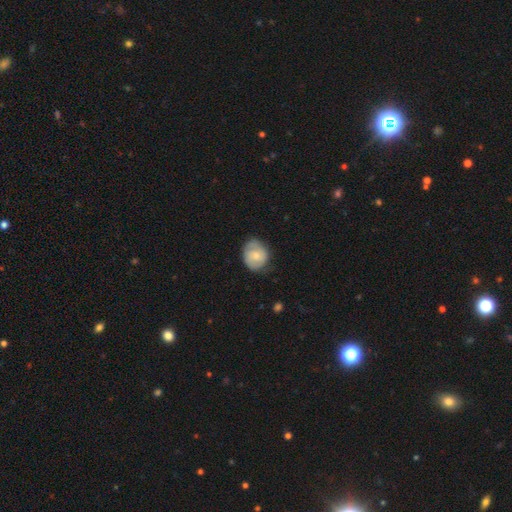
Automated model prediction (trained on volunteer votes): smooth_or_featured: smooth (p=0.62) [alt: featured or disk p=0.31]
how_rounded: round (p=0.60) [alt: in between p=0.39]
merging: none (p=0.64) [alt: minor disturbance p=0.28]